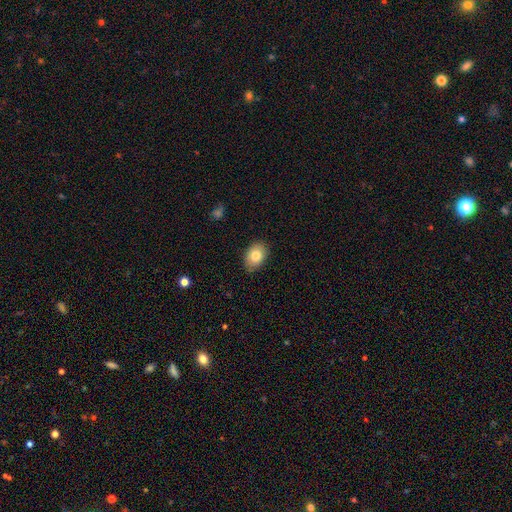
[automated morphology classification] This is clearly a smooth galaxy (81%). How rounded: likely in between (78%). Merging: clearly none (86%).